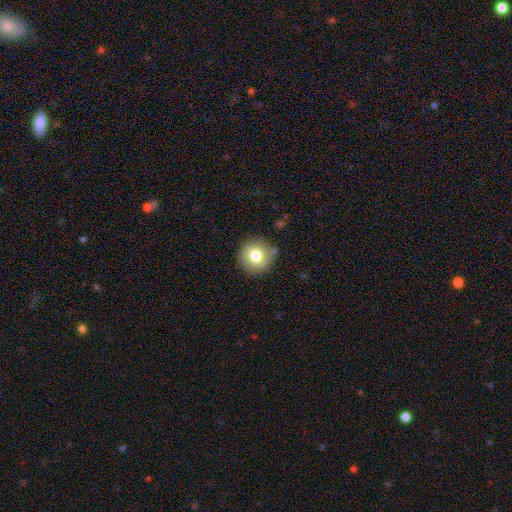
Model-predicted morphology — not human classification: This is likely a smooth galaxy (77%). How rounded: clearly round (93%). Merging: clearly none (85%).